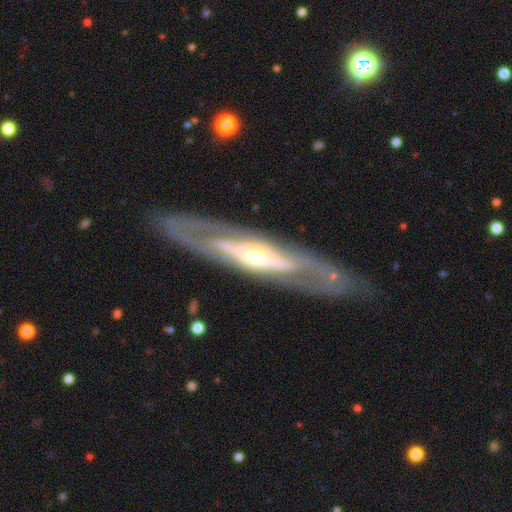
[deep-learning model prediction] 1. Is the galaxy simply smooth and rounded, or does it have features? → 80% featured or disk, 15% smooth, 5% star or artifact.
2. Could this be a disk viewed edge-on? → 64% no, 36% yes.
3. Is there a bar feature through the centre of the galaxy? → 60% no, 22% weak, 18% strong.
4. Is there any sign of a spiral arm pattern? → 62% yes, 38% no.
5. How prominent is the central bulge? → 50% small, 40% moderate, 7% large, 2% dominant, 1% none.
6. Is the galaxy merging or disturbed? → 81% none, 12% minor disturbance, 6% major disturbance, 2% merger.